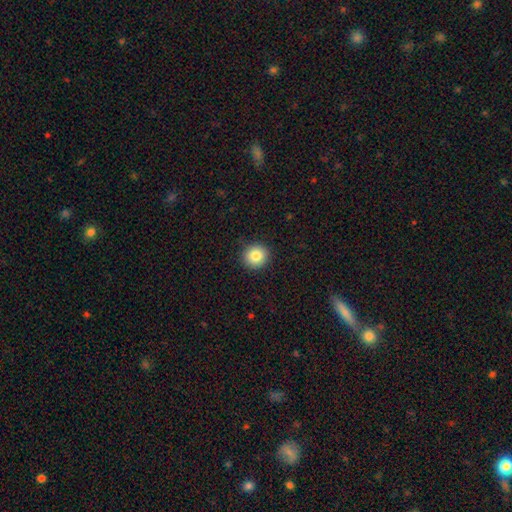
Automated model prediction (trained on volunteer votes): Smooth or featured? Predicted: smooth (p=0.84). How rounded? Predicted: round (p=0.91). Merging? Predicted: none (p=0.91).